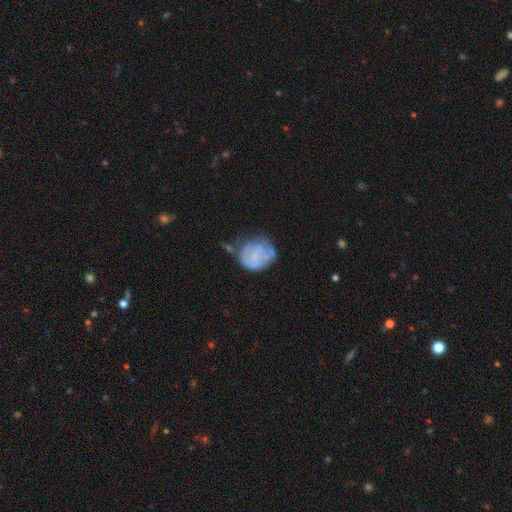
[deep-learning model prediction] featured or disk 49%, smooth 43%, star or artifact 8%. Down the decision tree: merging — none (43%).